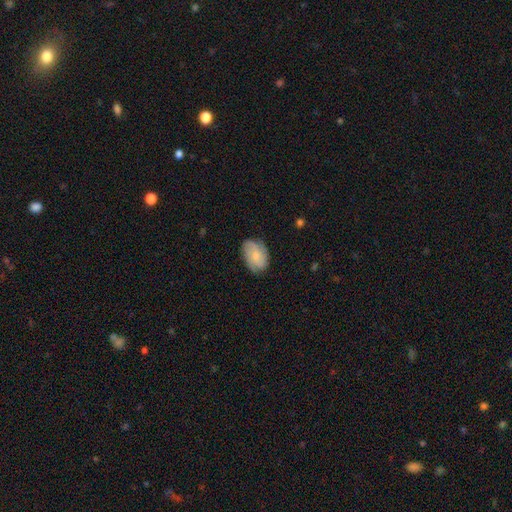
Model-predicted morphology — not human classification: Smooth or featured?
  - smooth: 50% *
  - featured or disk: 43%
  - star or artifact: 7%
How rounded?
  - in between: 85% *
  - round: 14%
  - cigar-shaped: 1%
Merging?
  - none: 73% *
  - minor disturbance: 21%
  - major disturbance: 5%
  - merger: 1%